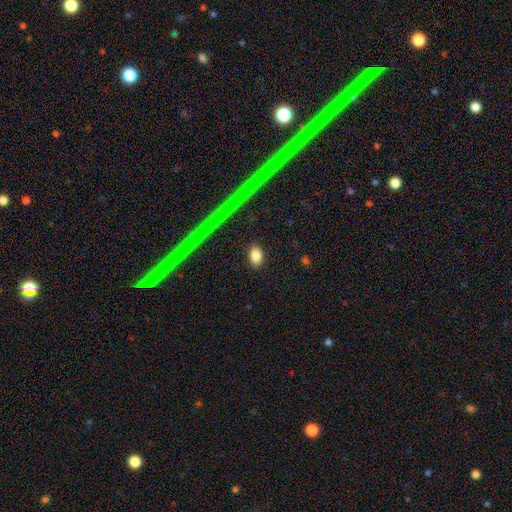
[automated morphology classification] smooth 84%, star or artifact 9%, featured or disk 7%. Down the decision tree: how rounded — in between (86%); merging — none (88%).